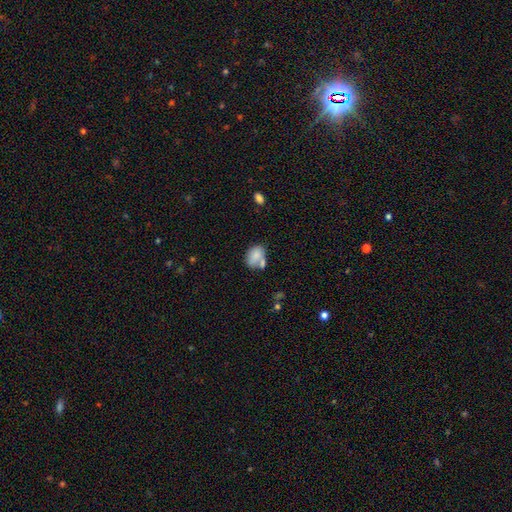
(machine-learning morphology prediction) Overall: smooth (79%). How rounded: in between (74%). Merging: none (41%; merger 33%).